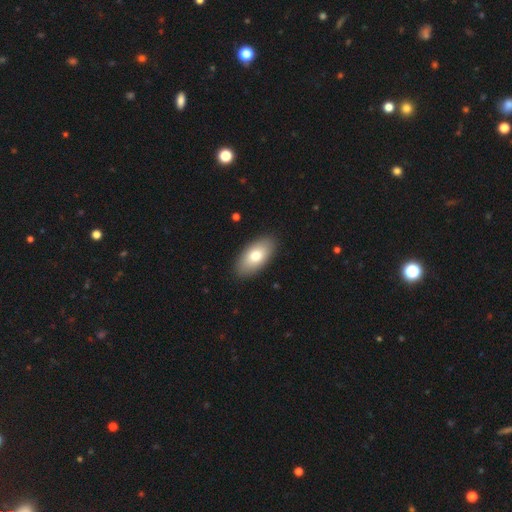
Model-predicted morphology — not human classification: The model was most divided on "smooth or featured": smooth: 75%, featured or disk: 19%, star or artifact: 6%. More confident: how rounded — in between (93%); merging — none (89%).